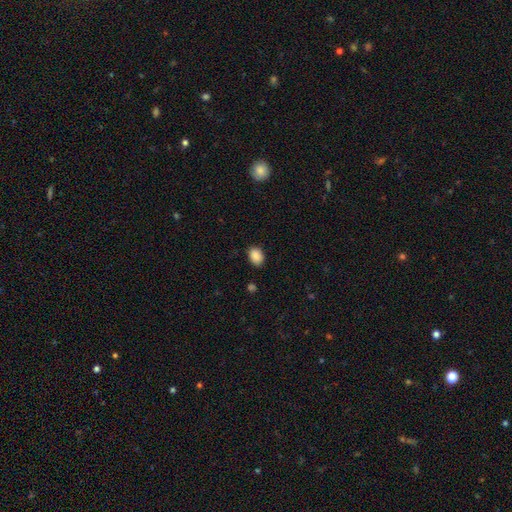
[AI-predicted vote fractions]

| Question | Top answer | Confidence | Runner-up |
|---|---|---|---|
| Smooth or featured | smooth | 88% | star or artifact (8%) |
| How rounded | in between | 70% | round (29%) |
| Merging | none | 85% | minor disturbance (12%) |